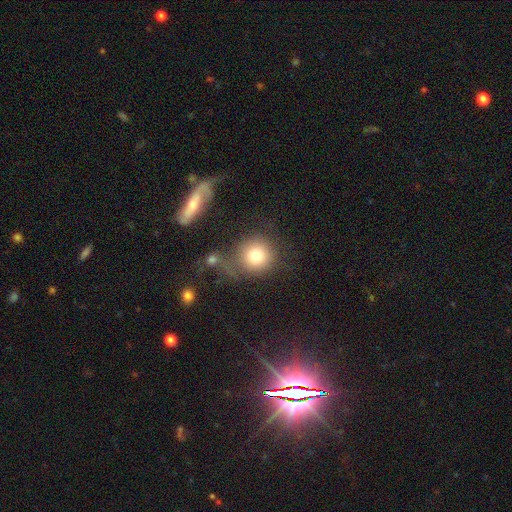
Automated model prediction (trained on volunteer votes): smooth_or_featured: smooth (p=0.77) [alt: featured or disk p=0.13]
how_rounded: round (p=0.91) [alt: in between p=0.08]
merging: none (p=0.54) [alt: minor disturbance p=0.16]